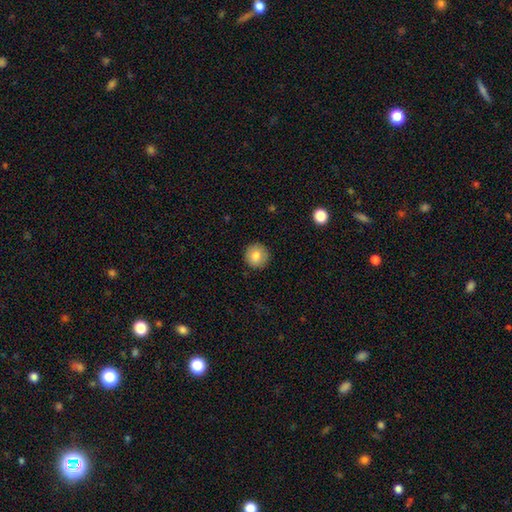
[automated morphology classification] A smooth galaxy with no disk features (82%) that is round (94%).

Vote fractions:
- Smooth or featured? smooth: 82% / featured or disk: 9% / star or artifact: 9%
- How rounded? round: 94% / in between: 5% / cigar-shaped: 1%
- Merging? none: 90% / minor disturbance: 7% / major disturbance: 2% / merger: 1%